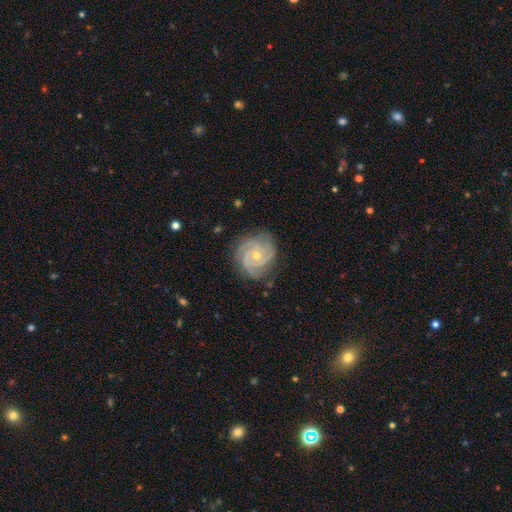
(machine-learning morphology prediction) Smooth or featured?
  - featured or disk: 91% *
  - star or artifact: 5%
  - smooth: 4%
Edge-on disk?
  - no: 98% *
  - yes: 2%
Bar?
  - no: 74% *
  - weak: 21%
  - strong: 5%
Spiral arms?
  - yes: 99% *
  - no: 1%
Spiral winding?
  - tight: 71% *
  - medium: 26%
  - loose: 3%
Spiral arm count?
  - 3: 56% *
  - 4: 19%
  - 2: 10%
  - can't tell: 7%
  - more than 4: 4%
  - 1: 4%
Bulge size?
  - small: 62% *
  - moderate: 36%
  - none: 1%
  - large: 1%
  - dominant: 1%
Merging?
  - none: 80% *
  - minor disturbance: 15%
  - major disturbance: 4%
  - merger: 1%